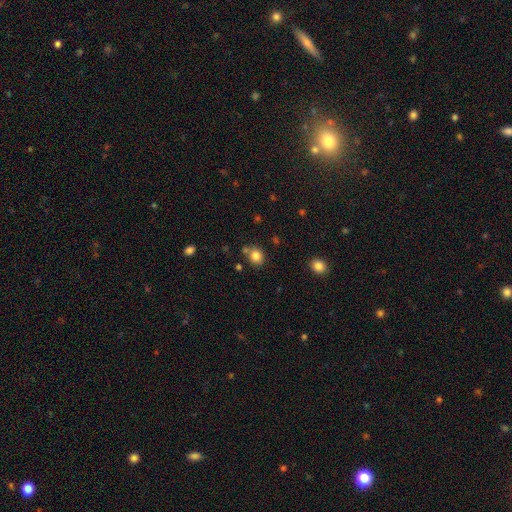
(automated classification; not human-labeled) Smooth or featured: smooth — 83% (star or artifact — 11%)
How rounded: round — 74% (in between — 25%)
Merging: none — 71% (minor disturbance — 13%)